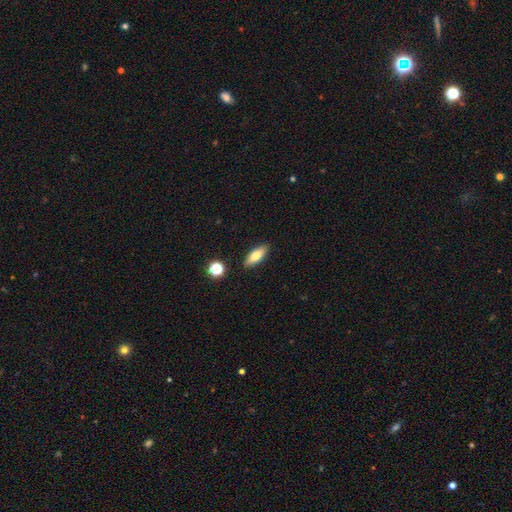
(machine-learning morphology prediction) This is likely a smooth galaxy (72%). How rounded: likely in between (68%). Merging: clearly none (88%).